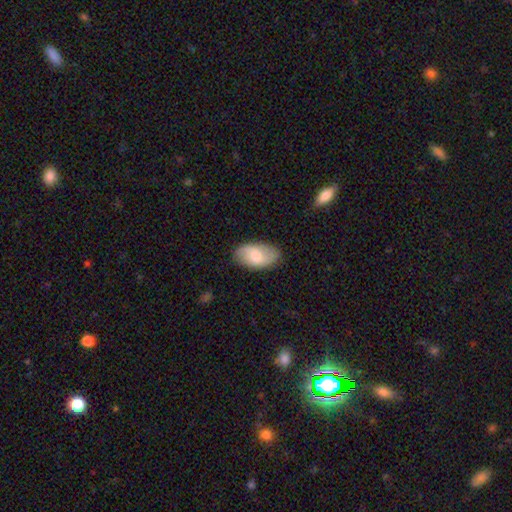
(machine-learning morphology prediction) smooth 66%, featured or disk 28%, star or artifact 6%. Down the decision tree: how rounded — in between (94%); merging — none (81%).